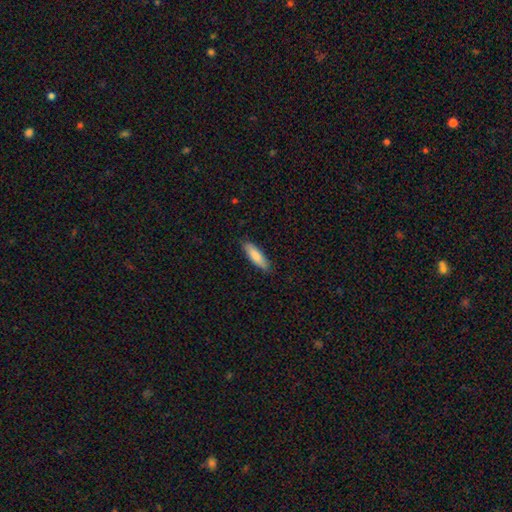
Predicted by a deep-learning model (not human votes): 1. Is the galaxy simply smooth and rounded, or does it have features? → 83% smooth, 12% featured or disk, 6% star or artifact.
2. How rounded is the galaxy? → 60% cigar-shaped, 38% in between, 1% round.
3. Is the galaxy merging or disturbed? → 87% none, 10% minor disturbance, 2% major disturbance, 1% merger.